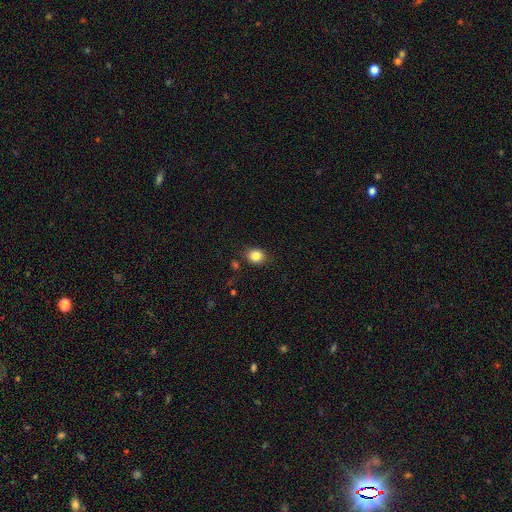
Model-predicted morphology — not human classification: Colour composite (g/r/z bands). It shows a smooth galaxy with no disk features (84%) that is round (61%). Merging: none (82%).